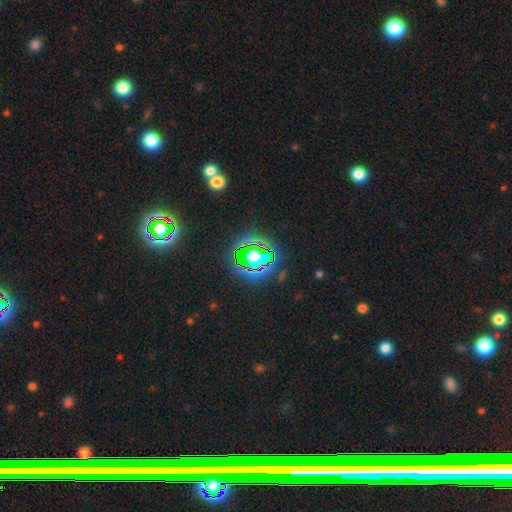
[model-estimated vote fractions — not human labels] Morphology: type=star or artifact (62%).